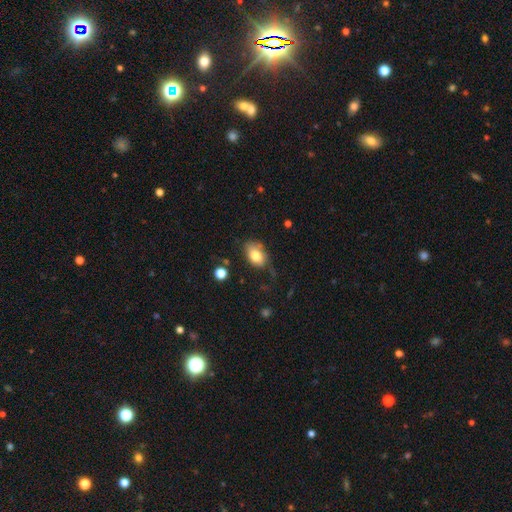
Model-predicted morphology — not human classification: type=smooth (78%); roundness=in between (85%); merging=none (57%).